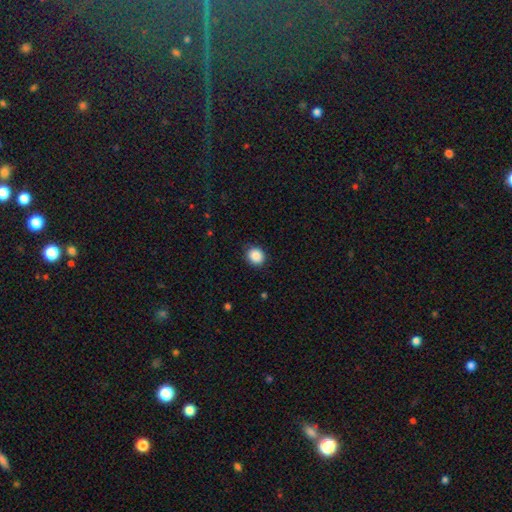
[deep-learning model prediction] A smooth galaxy with no disk features (88%) that is round (74%). Merging: none (86%).